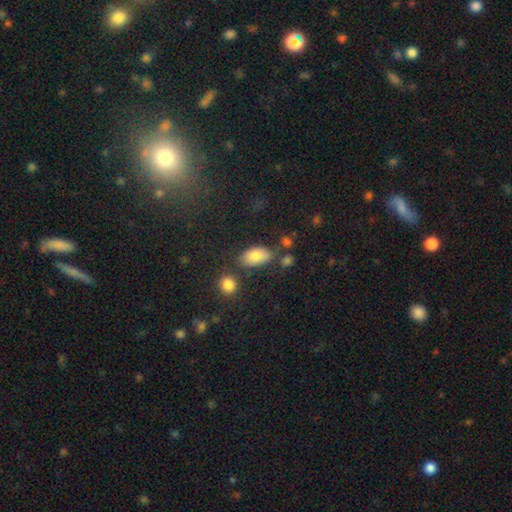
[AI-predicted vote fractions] This is clearly a smooth galaxy (82%). How rounded: clearly in between (92%). Merging: likely none (70%).